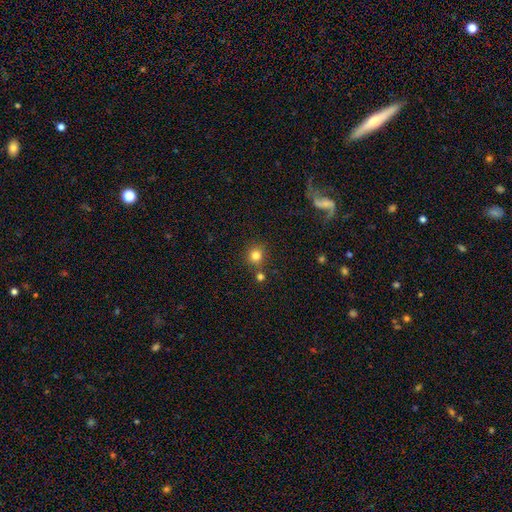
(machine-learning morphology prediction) Smooth or featured?
  - smooth: 80% *
  - star or artifact: 13%
  - featured or disk: 6%
How rounded?
  - round: 90% *
  - in between: 9%
  - cigar-shaped: 1%
Merging?
  - none: 77% *
  - merger: 11%
  - minor disturbance: 9%
  - major disturbance: 3%